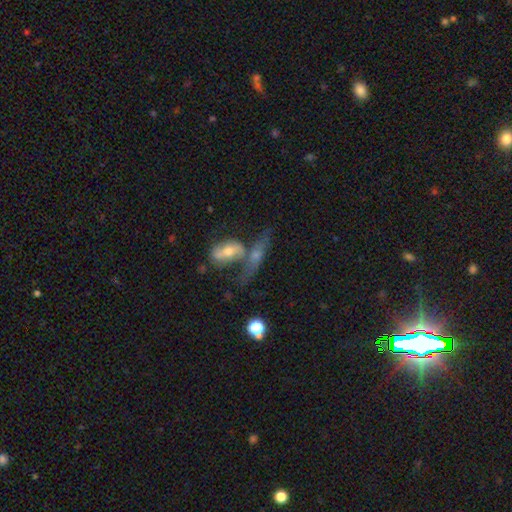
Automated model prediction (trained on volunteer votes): Smooth or featured? Predicted: featured or disk (p=0.52). Edge-on disk? Predicted: no (p=0.55). Merging? Predicted: merger (p=0.50).